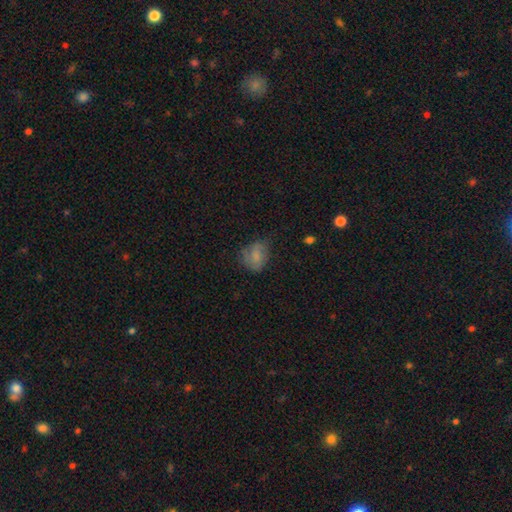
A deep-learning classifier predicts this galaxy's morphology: The model was most divided on "how rounded": in between: 56%, round: 43%, cigar-shaped: 1%. Remaining: smooth or featured — smooth (69%); merging — none (49%).